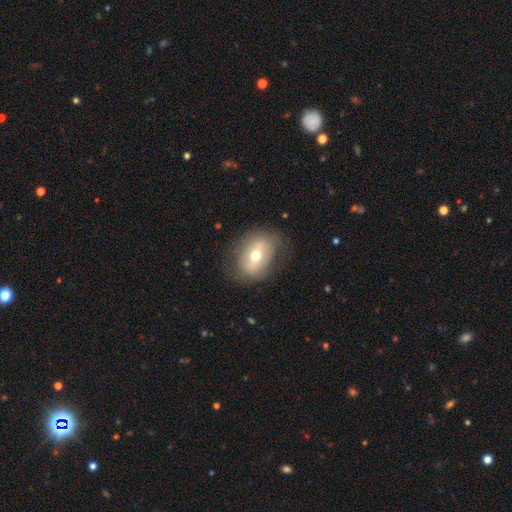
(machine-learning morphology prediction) A smooth galaxy with no disk features (49%). Merging: none (75%).